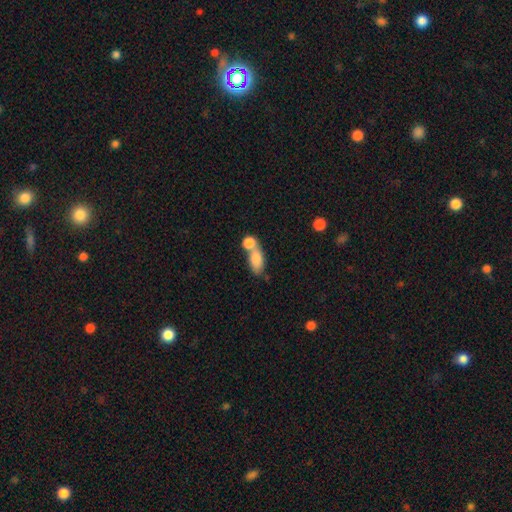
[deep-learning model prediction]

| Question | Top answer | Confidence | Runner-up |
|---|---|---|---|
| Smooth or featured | smooth | 82% | featured or disk (11%) |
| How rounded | in between | 82% | round (10%) |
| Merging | merger | 56% | none (30%) |